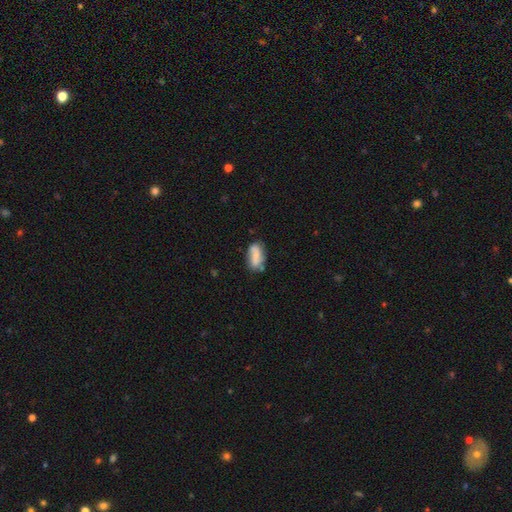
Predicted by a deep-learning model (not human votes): Q: Smooth or featured?
A: smooth (64%); runner-up: featured or disk (28%)
Q: How rounded?
A: in between (87%); runner-up: cigar-shaped (8%)
Q: Merging?
A: none (56%); runner-up: minor disturbance (25%)